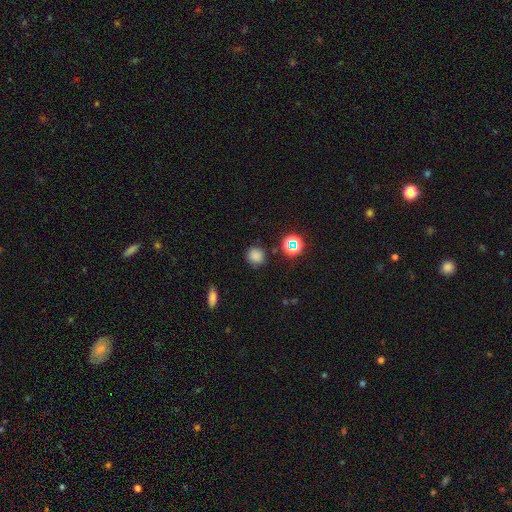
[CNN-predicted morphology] This appears to be a smooth galaxy with no disk features (77%) that is round (88%). Merging: none (83%).